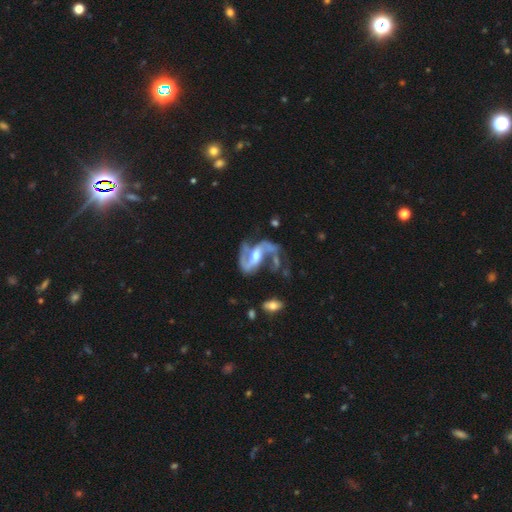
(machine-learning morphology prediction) smooth-or-featured: featured or disk: 90% | smooth: 5% | star or artifact: 5%
  disk-edge-on: no: 97% | yes: 3%
    bar: weak: 37% | strong: 36% | no: 27%
    has-spiral-arms: yes: 95% | no: 5%
      spiral-winding: loose: 50% | medium: 41% | tight: 9%
      spiral-arm-count: 2: 89% | 1: 3% | can't tell: 3% | 3: 2% | 4: 1% | more than 4: 1%
    bulge-size: moderate: 70% | small: 16% | large: 11% | none: 2% | dominant: 1%
  merging: none: 46% | major disturbance: 25% | minor disturbance: 21% | merger: 8%